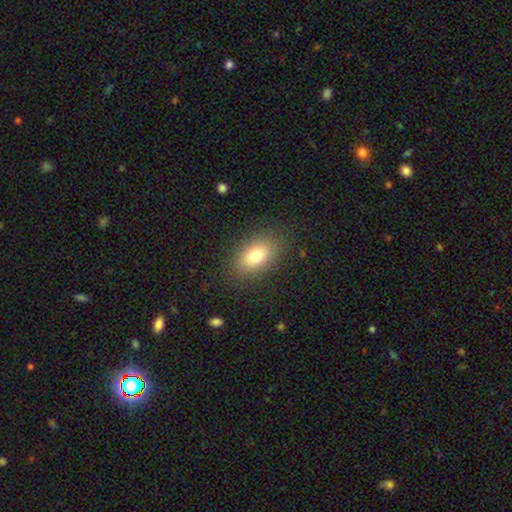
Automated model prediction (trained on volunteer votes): Q: Smooth or featured?
A: smooth (78%); runner-up: featured or disk (12%)
Q: How rounded?
A: in between (86%); runner-up: round (11%)
Q: Merging?
A: none (85%); runner-up: minor disturbance (10%)